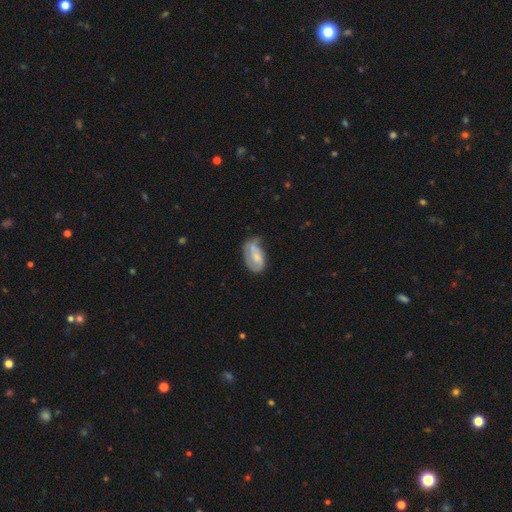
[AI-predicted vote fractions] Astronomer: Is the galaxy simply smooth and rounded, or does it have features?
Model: smooth — 50% (runner-up: featured or disk, 43%).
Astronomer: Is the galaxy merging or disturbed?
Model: minor disturbance — 38% (runner-up: none, 33%).